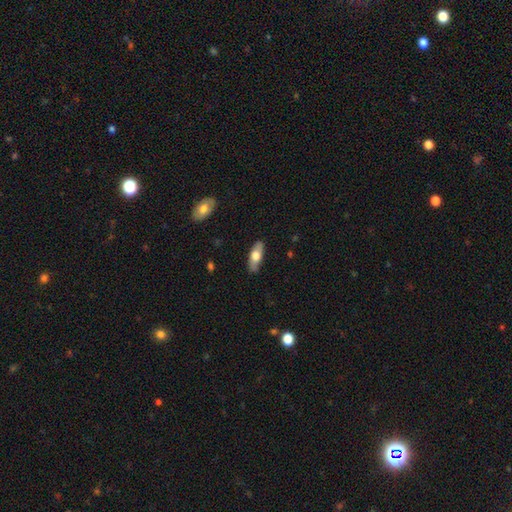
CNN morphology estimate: This appears to be a smooth galaxy with no disk features (60%) that is in between round and cigar-shaped (73%). Merging: none (82%).